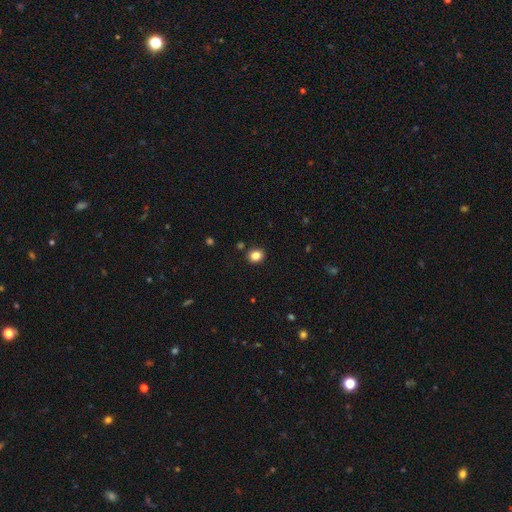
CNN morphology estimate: This appears to be a smooth galaxy with no disk features (83%) that is round (67%). Merging: none (89%).